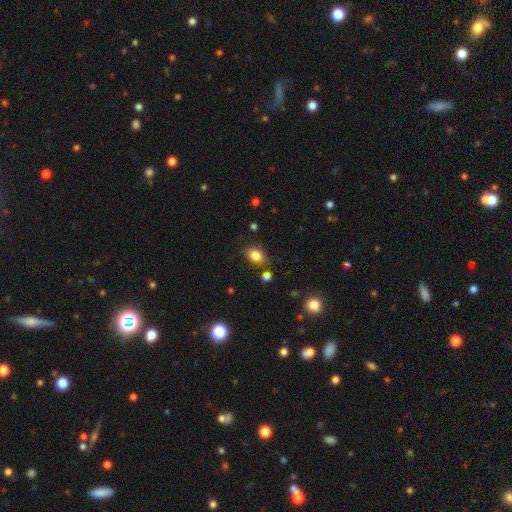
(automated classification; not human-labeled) Q: Smooth or featured?
A: smooth (84%); runner-up: star or artifact (10%)
Q: How rounded?
A: in between (80%); runner-up: round (18%)
Q: Merging?
A: none (79%); runner-up: minor disturbance (15%)